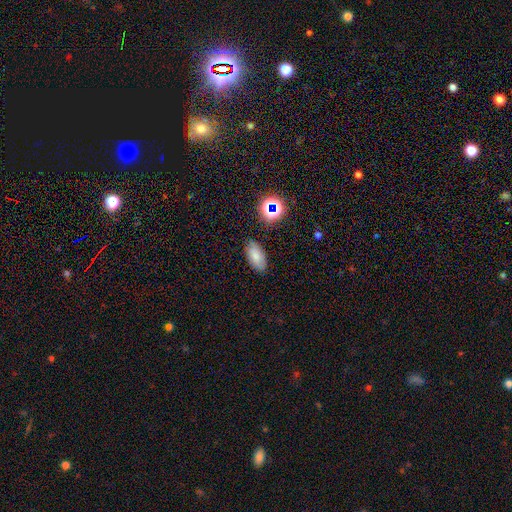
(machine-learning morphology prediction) Q: Smooth or featured?
A: smooth (74%); runner-up: featured or disk (13%)
Q: How rounded?
A: in between (92%); runner-up: round (4%)
Q: Merging?
A: none (83%); runner-up: minor disturbance (12%)